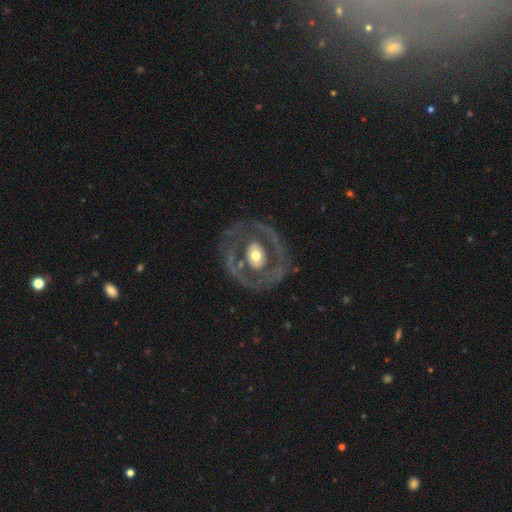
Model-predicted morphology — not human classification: A featured or disk galaxy (70%) with no bar (71%), no spiral arms (61%) and a moderate central bulge (64%).

Vote fractions:
- Smooth or featured? featured or disk: 70% / smooth: 24% / star or artifact: 5%
- Edge-on disk? no: 95% / yes: 5%
- Bar? no: 71% / weak: 18% / strong: 11%
- Spiral arms? no: 61% / yes: 39%
- Bulge size? moderate: 64% / large: 19% / small: 14% / dominant: 2% / none: 1%
- Merging? none: 69% / minor disturbance: 15% / major disturbance: 14% / merger: 2%